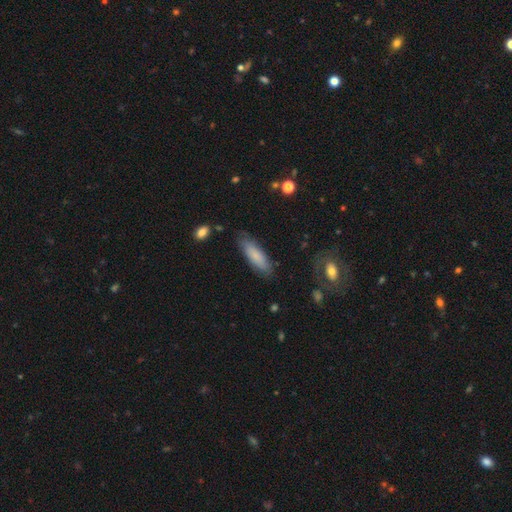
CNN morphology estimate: Smooth or featured?
  - smooth: 78% *
  - featured or disk: 16%
  - star or artifact: 6%
How rounded?
  - cigar-shaped: 59% *
  - in between: 40%
  - round: 2%
Merging?
  - none: 82% *
  - minor disturbance: 13%
  - major disturbance: 3%
  - merger: 2%